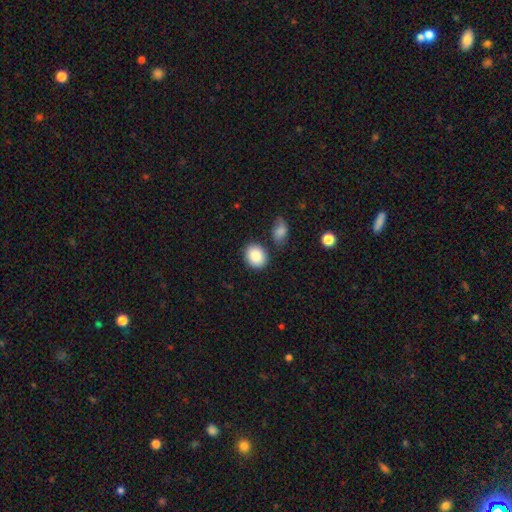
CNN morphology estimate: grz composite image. It shows a smooth galaxy with no disk features (88%) that is round (53%). Merging: none (79%).